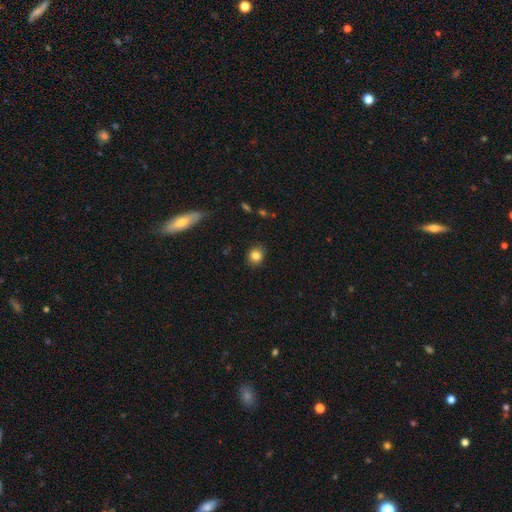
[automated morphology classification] smooth 83%, star or artifact 10%, featured or disk 6%. Down the decision tree: how rounded — round (75%); merging — none (87%).